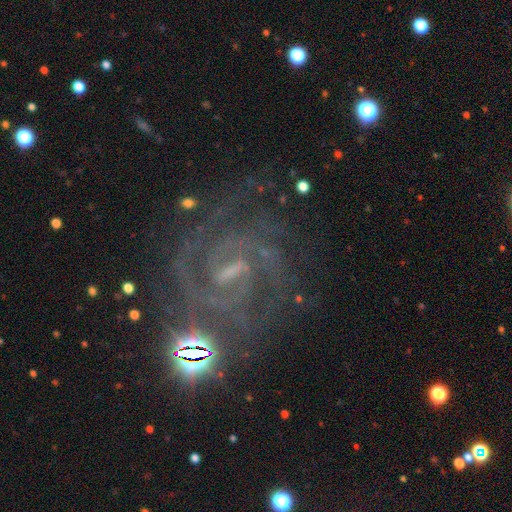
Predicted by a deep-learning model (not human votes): Smooth or featured? featured or disk (84%)
Edge-on disk? no (97%)
Bar? weak (50%)
Spiral arms? yes (96%)
Spiral winding? tight (56%)
Spiral arm count? 2 (40%)
Bulge size? small (53%)
Merging? none (71%)